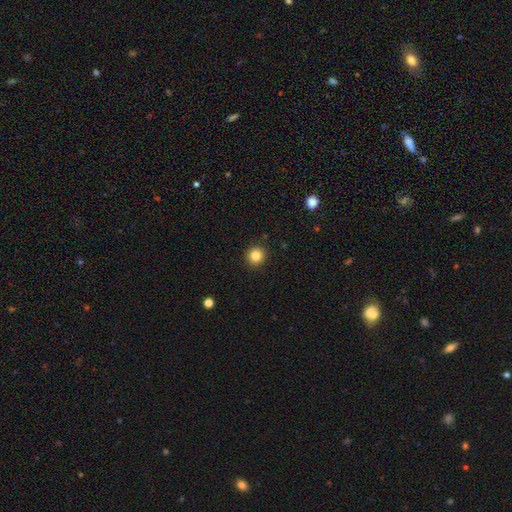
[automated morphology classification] A smooth galaxy with no disk features (84%) that is round (91%).

Vote fractions:
- Smooth or featured? smooth: 84% / star or artifact: 11% / featured or disk: 6%
- How rounded? round: 91% / in between: 8% / cigar-shaped: 1%
- Merging? none: 92% / minor disturbance: 5% / major disturbance: 2% / merger: 1%